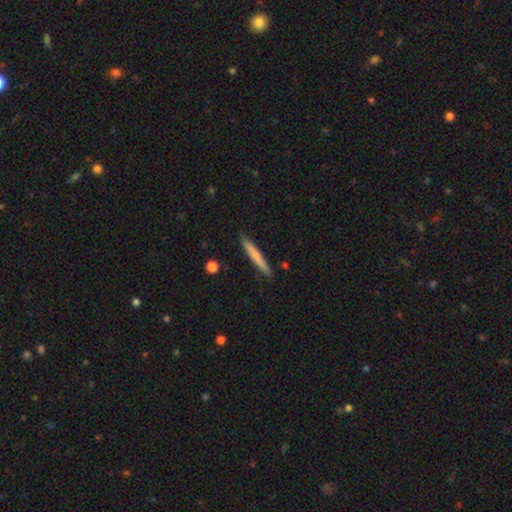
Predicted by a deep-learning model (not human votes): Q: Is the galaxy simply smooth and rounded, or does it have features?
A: smooth — 68%.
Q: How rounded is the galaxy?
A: cigar-shaped — 96%.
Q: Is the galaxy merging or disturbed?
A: none — 90%.